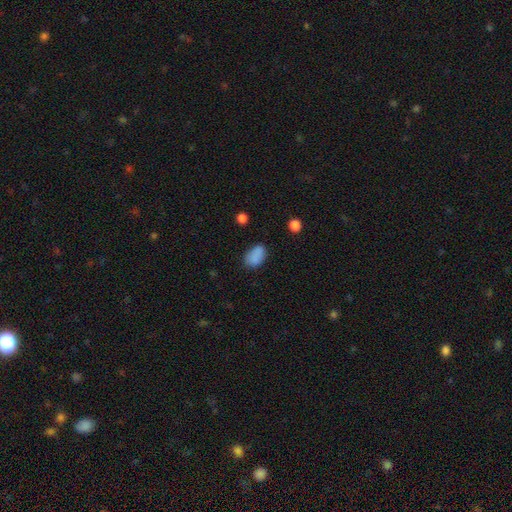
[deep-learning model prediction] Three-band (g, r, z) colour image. It shows a smooth galaxy with no disk features (85%) that is in between round and cigar-shaped (89%). Merging: none (71%).